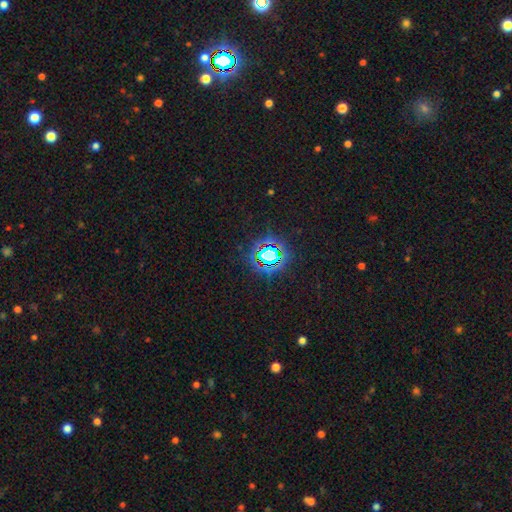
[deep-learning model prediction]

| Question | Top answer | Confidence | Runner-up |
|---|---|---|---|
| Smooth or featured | star or artifact | 81% | smooth (12%) |